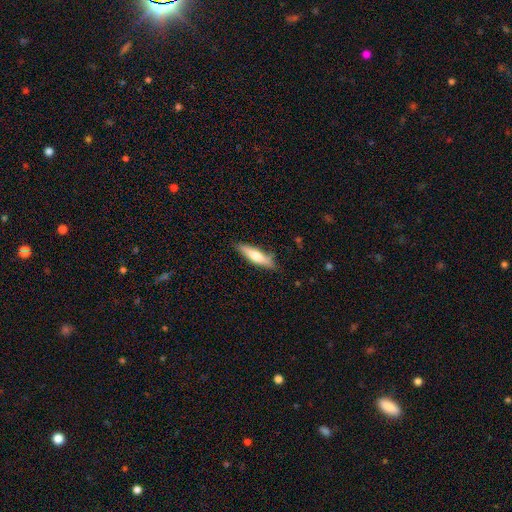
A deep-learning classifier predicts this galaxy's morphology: smooth-or-featured: smooth: 68% | featured or disk: 27% | star or artifact: 6%
  how-rounded: cigar-shaped: 71% | in between: 27% | round: 2%
  merging: none: 79% | minor disturbance: 16% | major disturbance: 3% | merger: 2%